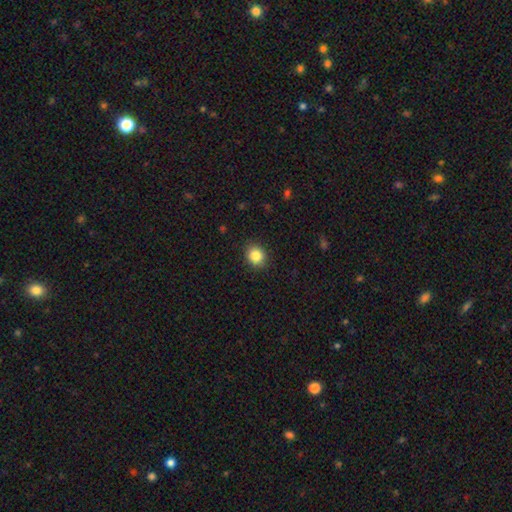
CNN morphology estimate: Smooth or featured? Predicted: smooth (p=0.85). How rounded? Predicted: round (p=0.71). Merging? Predicted: none (p=0.90).